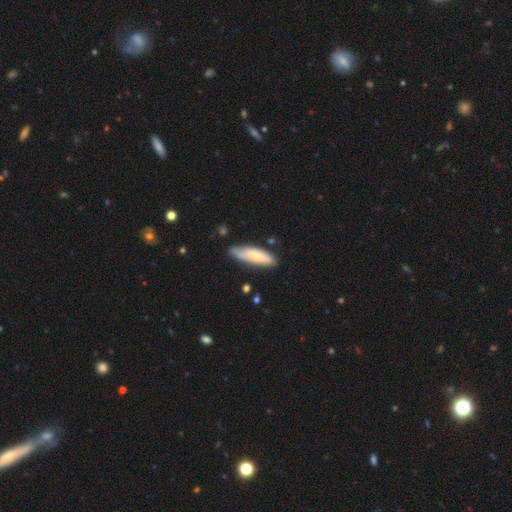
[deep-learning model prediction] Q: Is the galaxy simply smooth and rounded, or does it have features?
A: smooth — 64%.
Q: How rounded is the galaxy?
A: cigar-shaped — 61%.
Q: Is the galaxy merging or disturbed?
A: none — 69%.